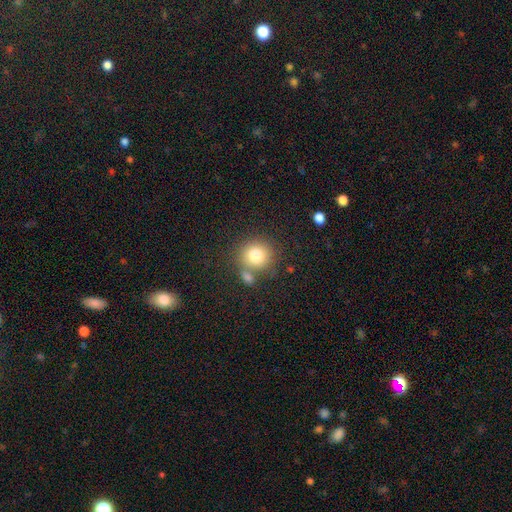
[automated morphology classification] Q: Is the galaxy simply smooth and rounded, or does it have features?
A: smooth — 79%.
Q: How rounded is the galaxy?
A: round — 86%.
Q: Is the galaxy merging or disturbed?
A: none — 65%.